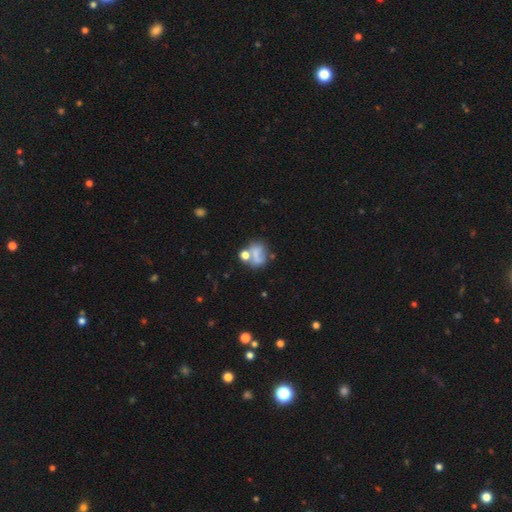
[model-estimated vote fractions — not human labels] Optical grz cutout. It shows a smooth galaxy with no disk features (57%) that is round (52%). Merging: none (35%).